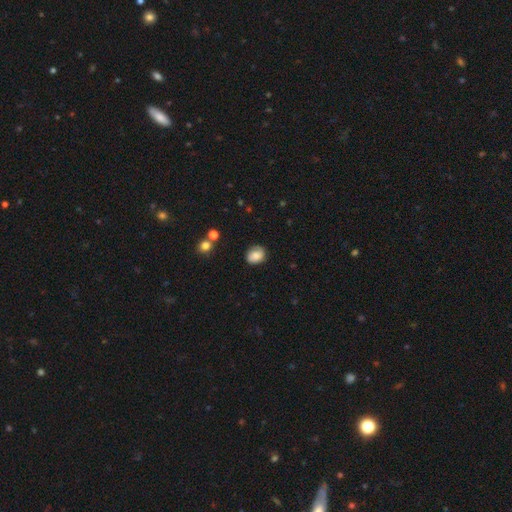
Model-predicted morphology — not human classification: Overall: smooth (76%). How rounded: round (55%; in between 44%). Merging: none (78%).